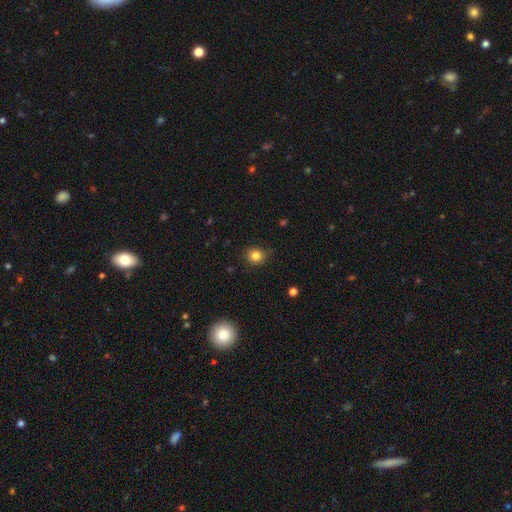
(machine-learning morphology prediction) smooth_or_featured: smooth (p=0.82) [alt: star or artifact p=0.12]
how_rounded: round (p=0.82) [alt: in between p=0.17]
merging: none (p=0.82) [alt: minor disturbance p=0.14]